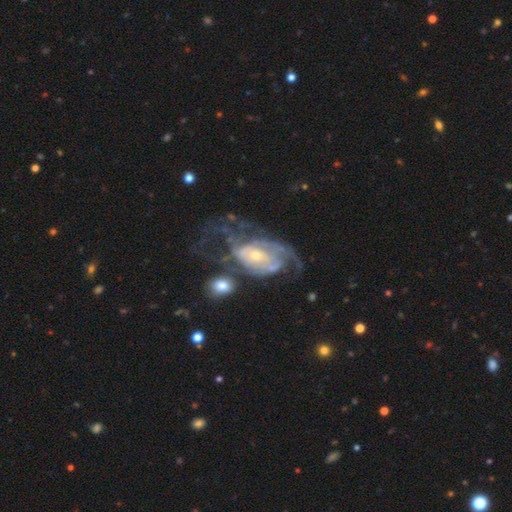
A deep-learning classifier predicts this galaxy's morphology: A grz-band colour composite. It shows a featured or disk galaxy (83%) with no bar (66%), tight (45%) spiral arms (85%) and a small central bulge (63%). Merging: major disturbance (39%).